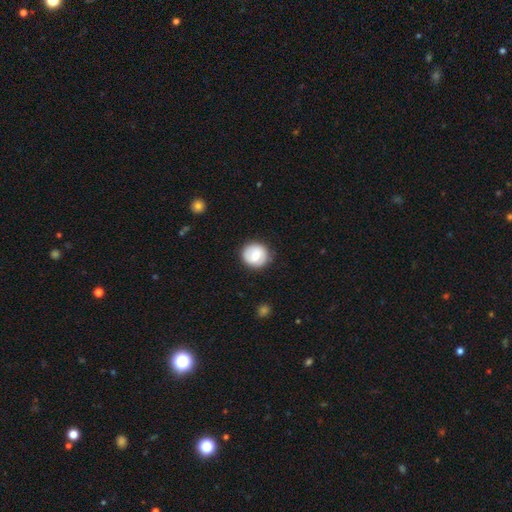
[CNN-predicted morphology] Smooth or featured: smooth — 69% (featured or disk — 24%)
How rounded: round — 90% (in between — 9%)
Merging: none — 85% (minor disturbance — 11%)